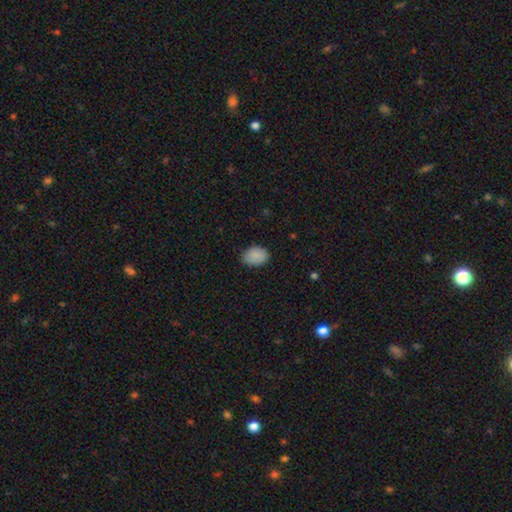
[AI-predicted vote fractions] This is clearly a smooth galaxy (89%). How rounded: clearly in between (80%). Merging: clearly none (84%).